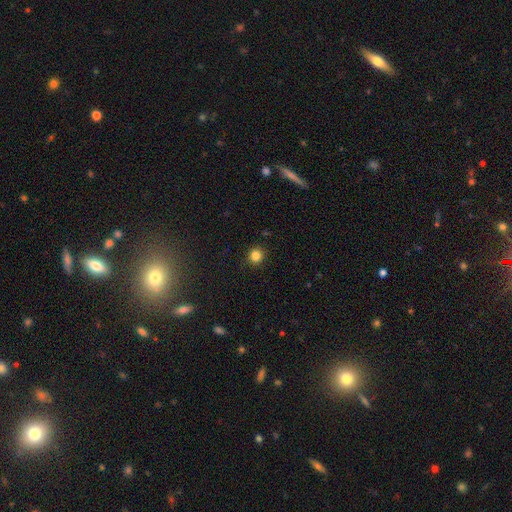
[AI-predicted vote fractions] This appears to be a smooth galaxy with no disk features (83%) that is round (92%). Merging: none (92%).